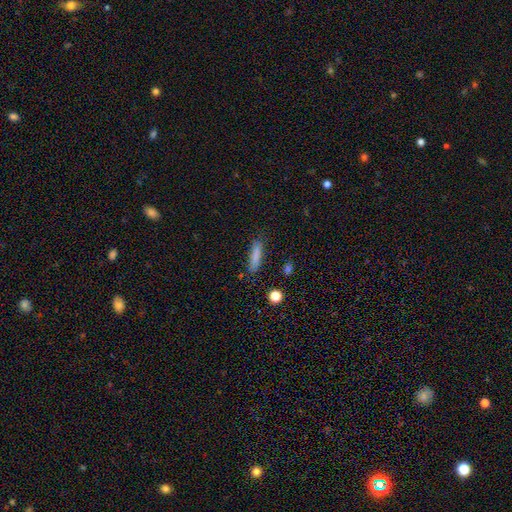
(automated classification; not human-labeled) A smooth galaxy with no disk features (81%) that is cigar-shaped (73%).

Vote fractions:
- Smooth or featured? smooth: 81% / featured or disk: 9% / star or artifact: 9%
- How rounded? cigar-shaped: 73% / in between: 25% / round: 2%
- Merging? none: 79% / minor disturbance: 14% / major disturbance: 4% / merger: 3%